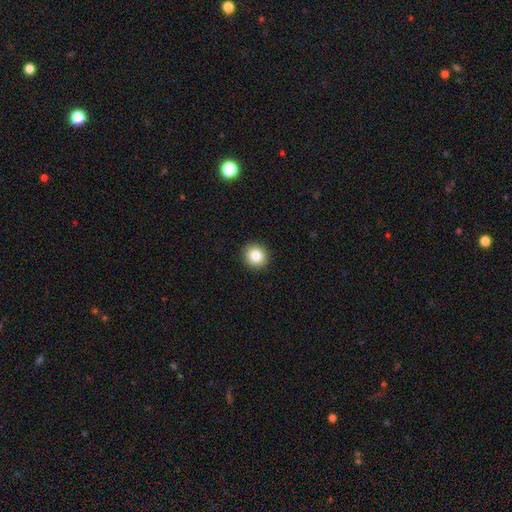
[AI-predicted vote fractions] Smooth or featured? smooth (84%)
How rounded? round (92%)
Merging? none (93%)